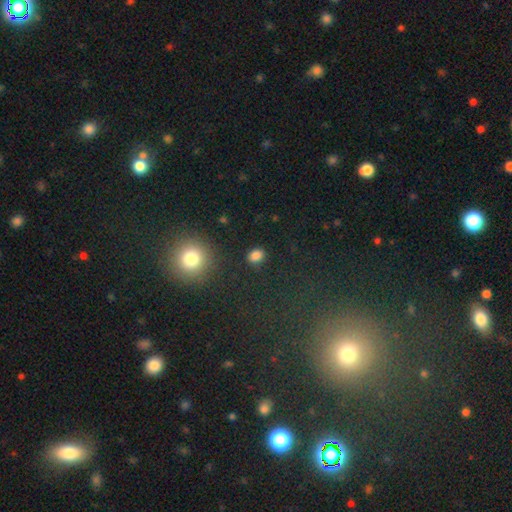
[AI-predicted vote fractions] This appears to be a smooth galaxy with no disk features (83%) that is in between round and cigar-shaped (52%). Merging: none (86%).